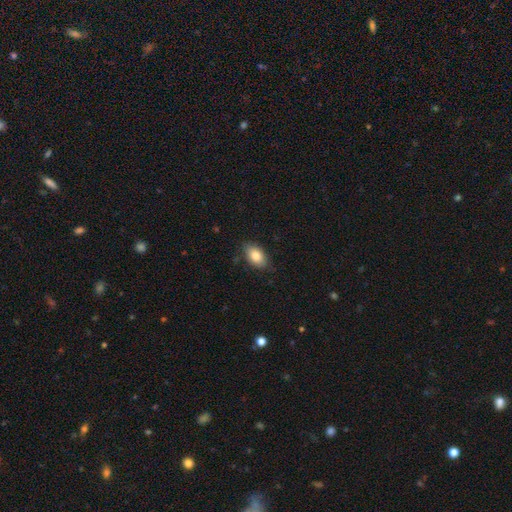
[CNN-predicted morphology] Q: Smooth or featured?
A: smooth (83%); runner-up: featured or disk (9%)
Q: How rounded?
A: in between (91%); runner-up: round (7%)
Q: Merging?
A: none (83%); runner-up: minor disturbance (13%)